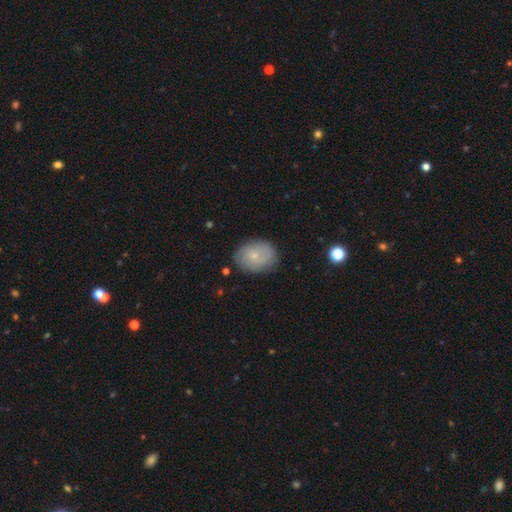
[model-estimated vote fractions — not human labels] smooth 57%, featured or disk 34%, star or artifact 8%. Down the decision tree: how rounded — in between (63%); merging — none (79%).